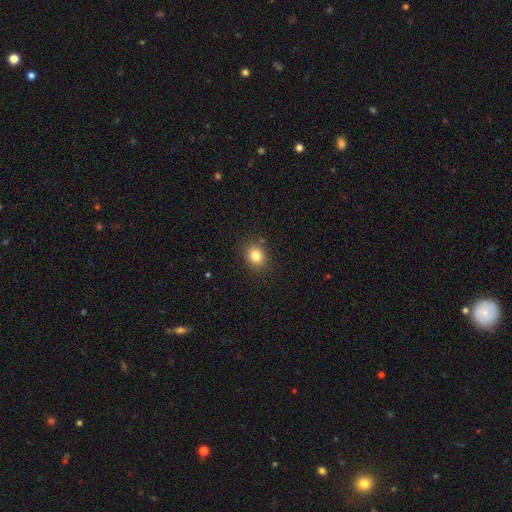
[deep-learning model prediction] Smooth or featured: smooth — 82% (star or artifact — 11%)
How rounded: round — 59% (in between — 40%)
Merging: none — 85% (minor disturbance — 10%)